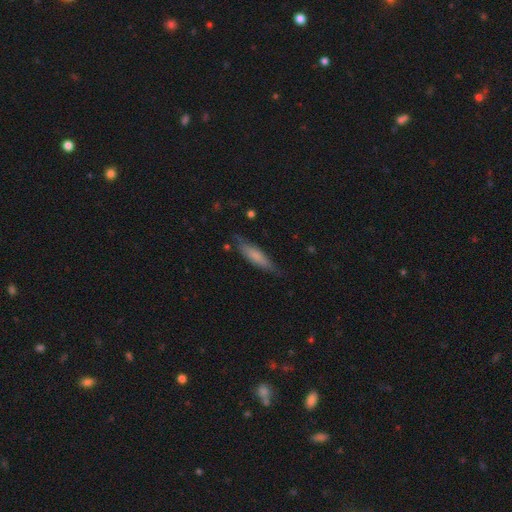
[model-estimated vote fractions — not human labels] smooth 67%, featured or disk 27%, star or artifact 6%. Down the decision tree: how rounded — cigar-shaped (73%); merging — none (73%).